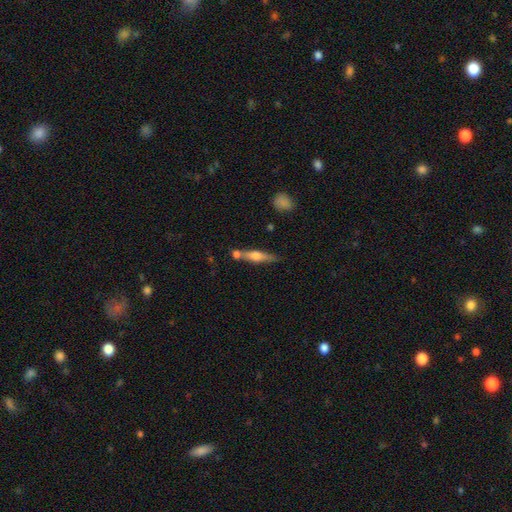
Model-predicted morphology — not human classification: Smooth or featured: featured or disk — 48% (smooth — 45%)
Merging: none — 62% (merger — 20%)